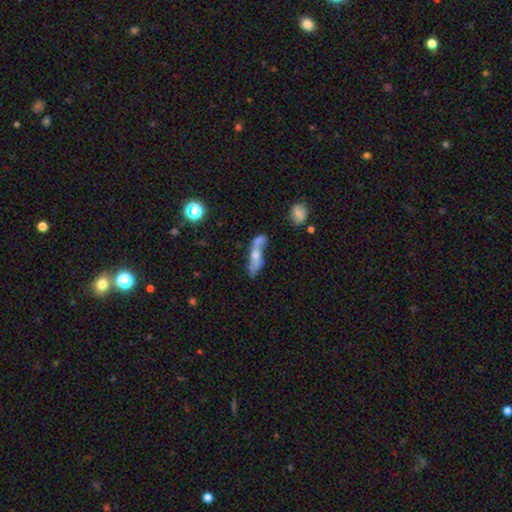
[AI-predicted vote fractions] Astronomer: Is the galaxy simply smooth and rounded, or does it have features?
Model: featured or disk — 48% (runner-up: smooth, 42%).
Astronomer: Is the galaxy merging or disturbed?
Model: merger — 38% (runner-up: none, 33%).